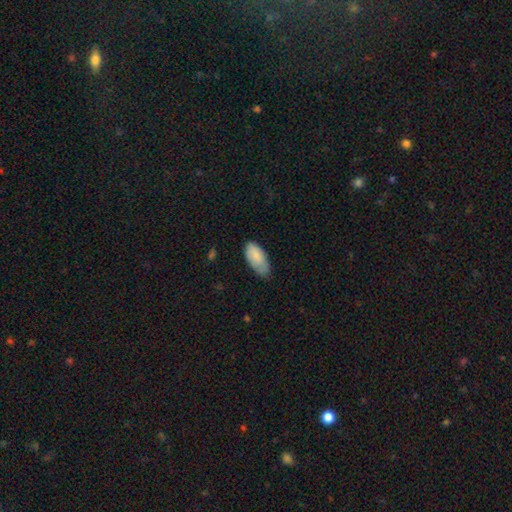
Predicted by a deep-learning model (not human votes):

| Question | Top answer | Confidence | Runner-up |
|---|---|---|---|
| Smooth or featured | smooth | 83% | featured or disk (11%) |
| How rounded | in between | 92% | cigar-shaped (6%) |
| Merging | none | 50% | minor disturbance (41%) |